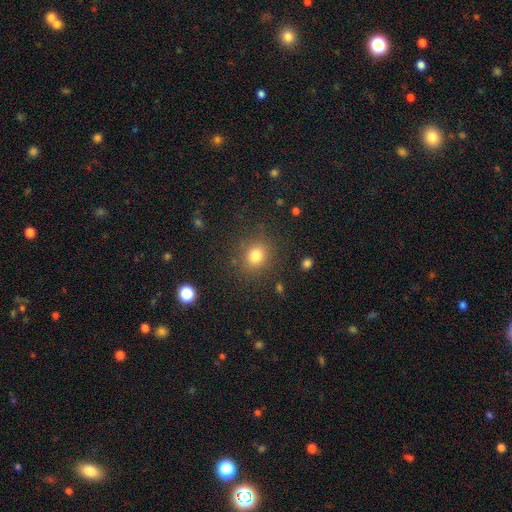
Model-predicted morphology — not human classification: smooth-or-featured: smooth: 79% | star or artifact: 14% | featured or disk: 7%
  how-rounded: round: 74% | in between: 25% | cigar-shaped: 1%
  merging: none: 83% | minor disturbance: 10% | major disturbance: 4% | merger: 2%